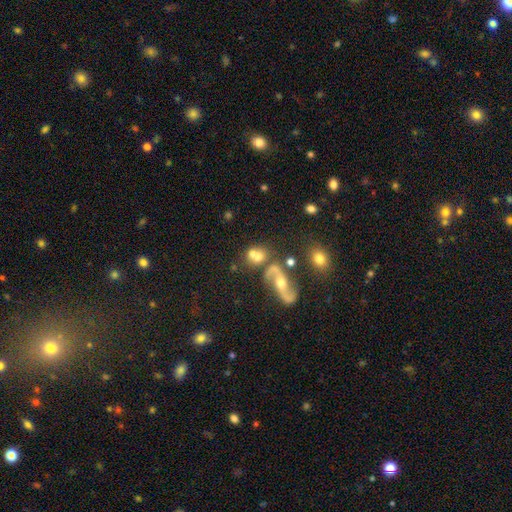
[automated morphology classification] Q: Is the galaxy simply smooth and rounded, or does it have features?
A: smooth — 53%.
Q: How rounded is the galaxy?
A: round — 60%.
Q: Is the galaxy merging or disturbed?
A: merger — 42%.